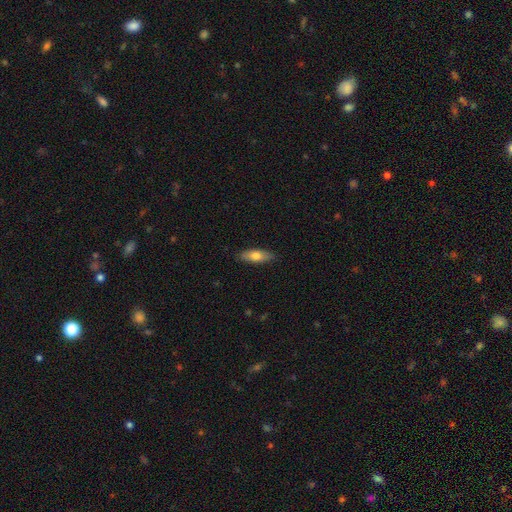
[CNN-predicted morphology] This is likely a smooth galaxy (72%). How rounded: likely in between (67%). Merging: clearly none (86%).